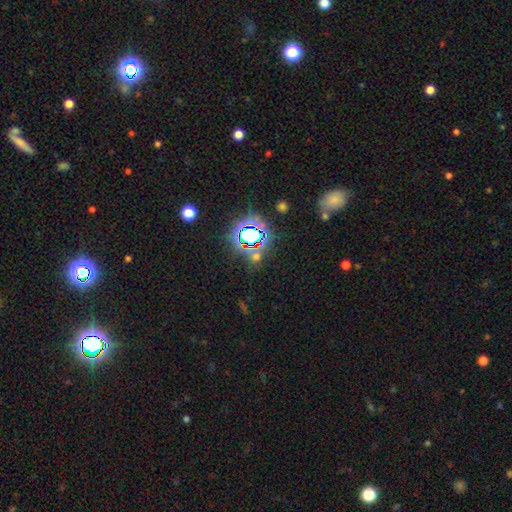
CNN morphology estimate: This appears to be a star or artifact, not a galaxy (65%).